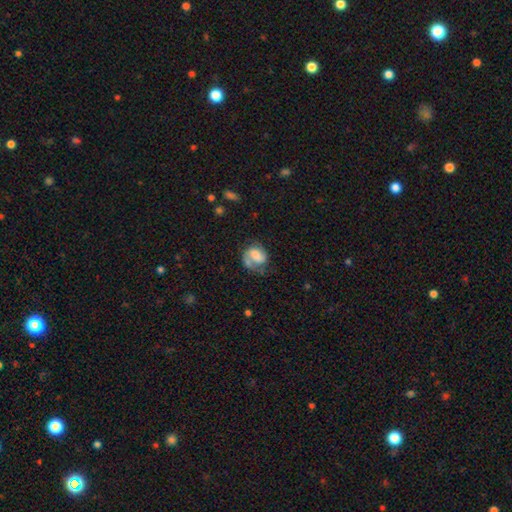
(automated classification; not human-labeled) Smooth or featured? Predicted: featured or disk (p=0.59). Edge-on disk? Predicted: no (p=0.98). Bar? Predicted: no (p=0.41, tied with weak). Spiral arms? Predicted: yes (p=0.86). Bulge size? Predicted: moderate (p=0.27). Merging? Predicted: none (p=0.46).